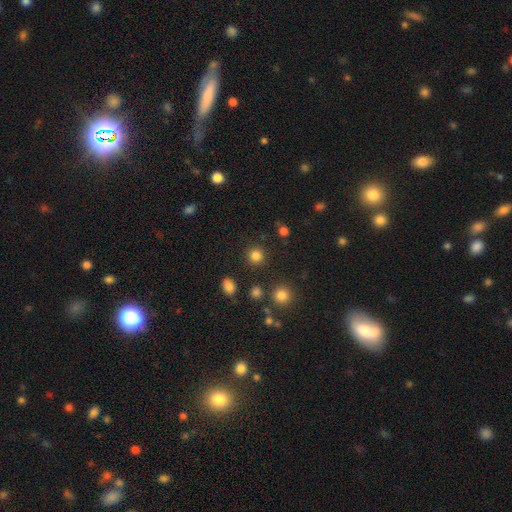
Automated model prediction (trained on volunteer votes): A smooth galaxy with no disk features (82%) that is round (93%).

Vote fractions:
- Smooth or featured? smooth: 82% / star or artifact: 13% / featured or disk: 4%
- How rounded? round: 93% / in between: 6% / cigar-shaped: 1%
- Merging? none: 89% / minor disturbance: 6% / major disturbance: 3% / merger: 3%